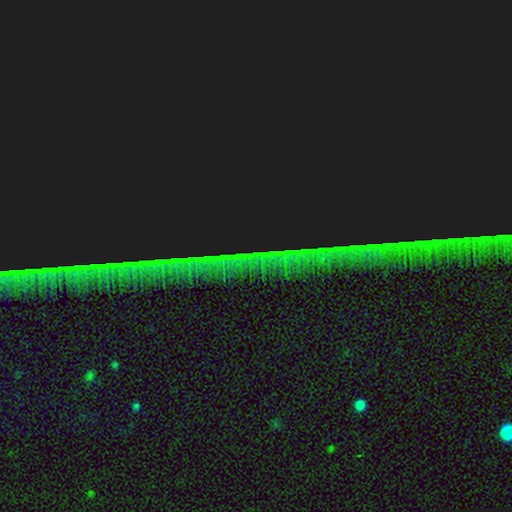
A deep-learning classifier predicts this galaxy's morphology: This appears to be a star or artifact, not a galaxy (87%).